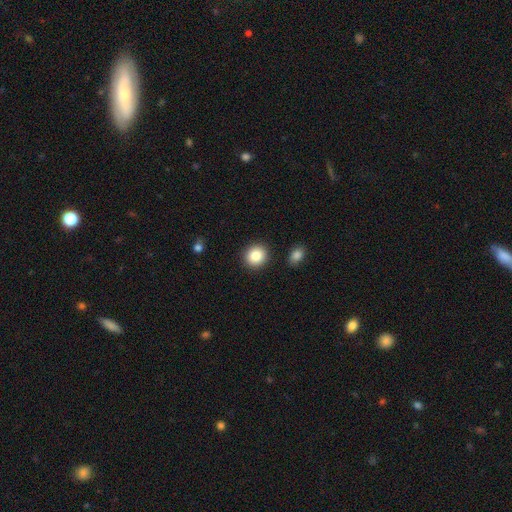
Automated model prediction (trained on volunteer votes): A smooth galaxy with no disk features (86%) that is round (80%).

Vote fractions:
- Smooth or featured? smooth: 86% / star or artifact: 9% / featured or disk: 6%
- How rounded? round: 80% / in between: 19% / cigar-shaped: 1%
- Merging? none: 89% / minor disturbance: 7% / merger: 2% / major disturbance: 2%